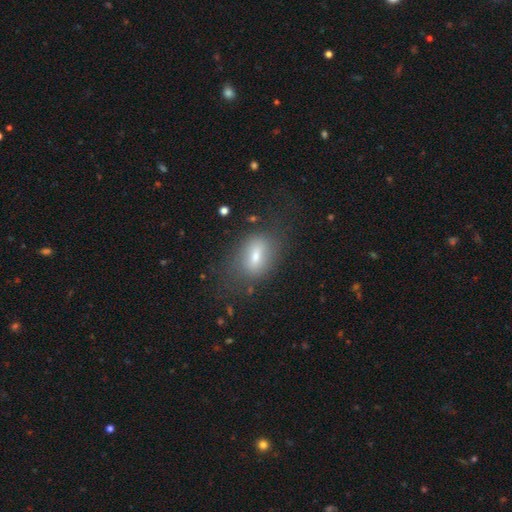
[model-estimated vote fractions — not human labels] Smooth or featured? smooth (61%)
How rounded? in between (77%)
Merging? none (64%)